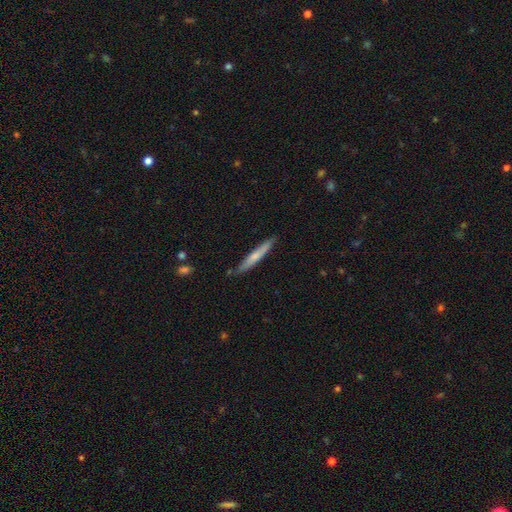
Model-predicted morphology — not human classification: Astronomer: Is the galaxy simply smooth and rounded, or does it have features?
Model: smooth — 58% (runner-up: featured or disk, 37%).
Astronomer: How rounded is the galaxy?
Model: cigar-shaped — 94%.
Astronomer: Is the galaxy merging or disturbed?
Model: none — 84%.